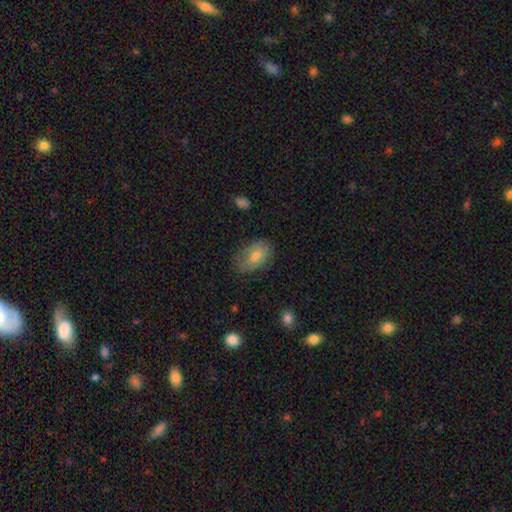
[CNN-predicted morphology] This is likely a smooth galaxy (63%). How rounded: clearly in between (86%). Merging: likely none (72%).